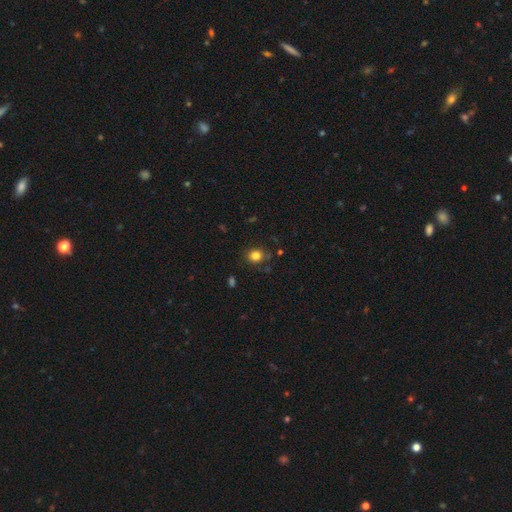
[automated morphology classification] Smooth or featured?
  - smooth: 81% *
  - star or artifact: 12%
  - featured or disk: 6%
How rounded?
  - round: 70% *
  - in between: 29%
  - cigar-shaped: 1%
Merging?
  - none: 81% *
  - minor disturbance: 12%
  - major disturbance: 4%
  - merger: 3%